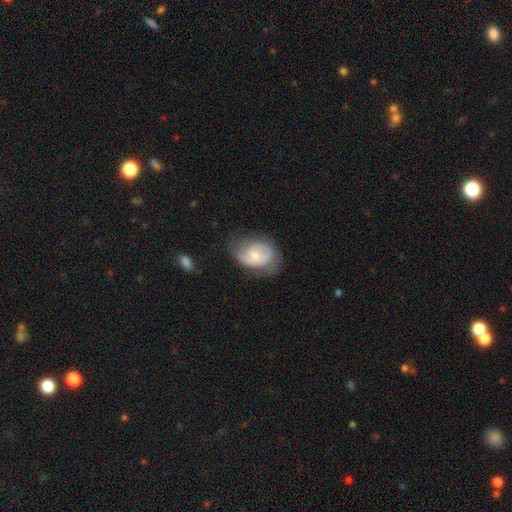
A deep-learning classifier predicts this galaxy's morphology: featured or disk 56%, smooth 37%, star or artifact 7%. Down the decision tree: edge-on disk — no (97%); bar — no (55%); spiral arms — yes (81%); bulge size — small (49%); merging — none (52%).